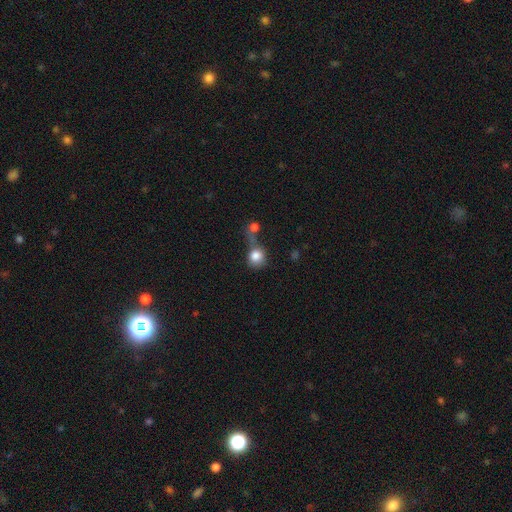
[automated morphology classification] Smooth or featured? smooth (80%)
How rounded? round (79%)
Merging? merger (43%)